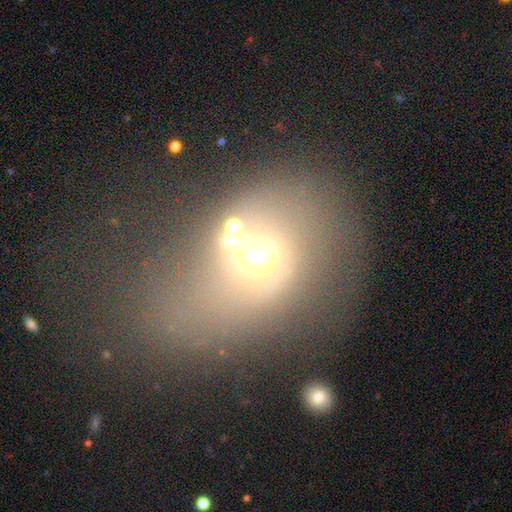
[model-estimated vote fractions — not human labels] Smooth or featured? smooth (48%)
Merging? none (47%)